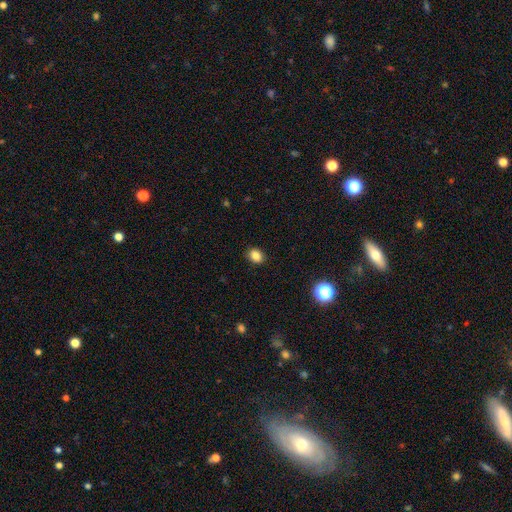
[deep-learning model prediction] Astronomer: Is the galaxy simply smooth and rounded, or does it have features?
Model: smooth — 85%.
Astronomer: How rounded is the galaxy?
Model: in between — 60% (runner-up: round, 38%).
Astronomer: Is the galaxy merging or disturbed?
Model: none — 89%.